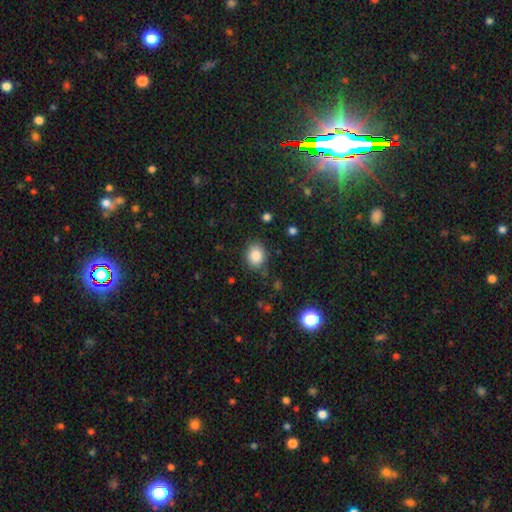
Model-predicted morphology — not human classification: Overall: smooth (84%). How rounded: round (58%; in between 41%). Merging: none (82%).